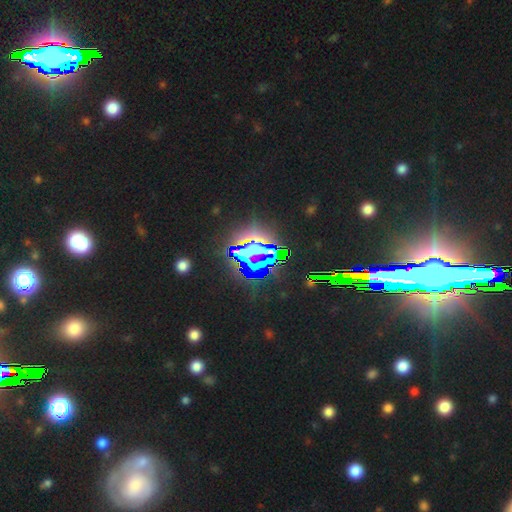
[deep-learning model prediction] Overall: star or artifact (77%).